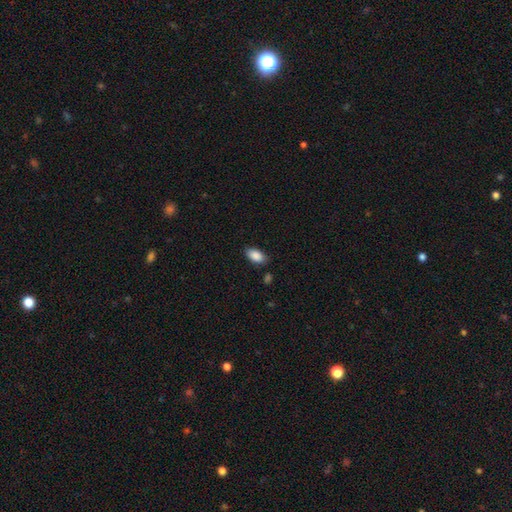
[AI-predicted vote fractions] A smooth galaxy with no disk features (89%) that is in between round and cigar-shaped (93%). Merging: none (82%).